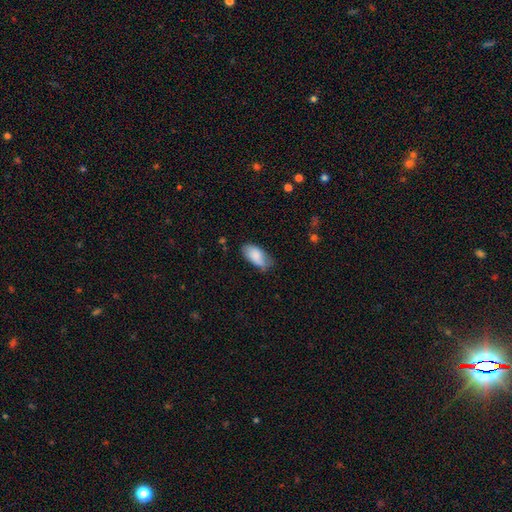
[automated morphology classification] Smooth or featured? smooth (83%)
How rounded? in between (93%)
Merging? none (58%)